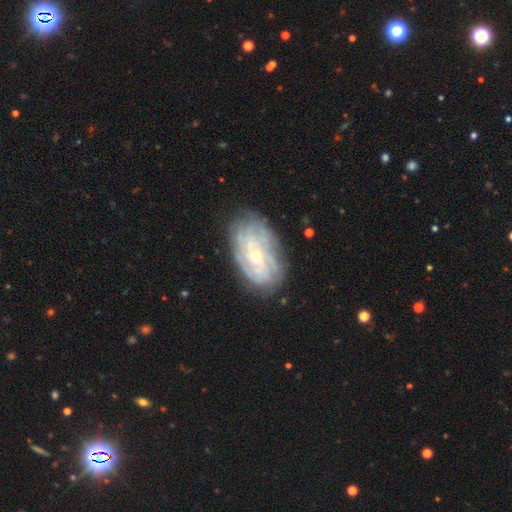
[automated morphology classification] The model was most divided on "bulge size": small: 56%, moderate: 40%, large: 2%, none: 2%, dominant: 1%. Remaining: edge-on disk — no (95%); spiral arms — yes (92%); smooth or featured — featured or disk (80%); merging — none (76%); spiral winding — tight (72%); bar — no (65%); spiral arm count — can't tell (47%).